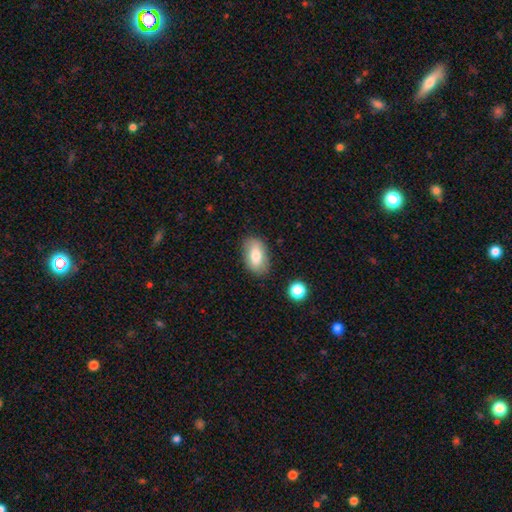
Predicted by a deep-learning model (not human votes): This is likely a smooth galaxy (78%). How rounded: clearly in between (91%). Merging: clearly none (83%).